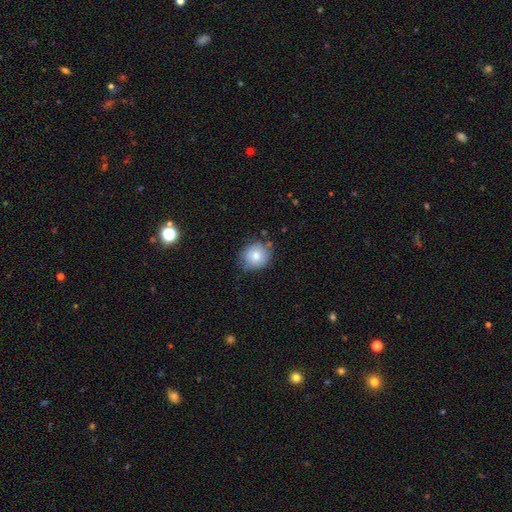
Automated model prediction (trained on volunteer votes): Overall: smooth (80%). How rounded: round (85%). Merging: none (73%).